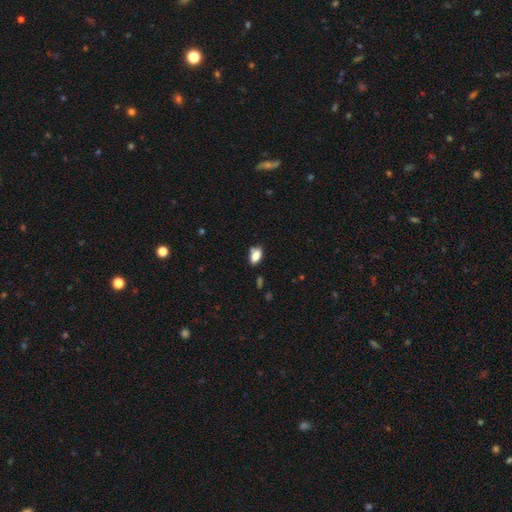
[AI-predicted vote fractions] Smooth or featured? Predicted: smooth (p=0.82). How rounded? Predicted: in between (p=0.88). Merging? Predicted: none (p=0.66).